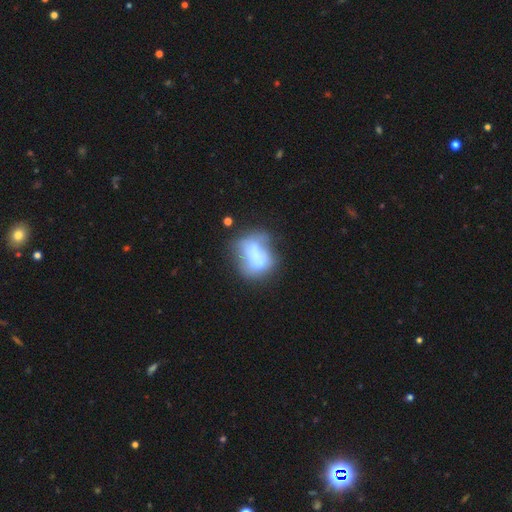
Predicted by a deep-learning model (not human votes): Smooth or featured: smooth — 52% (featured or disk — 38%)
How rounded: in between — 66% (round — 31%)
Merging: none — 29% (merger — 27%)